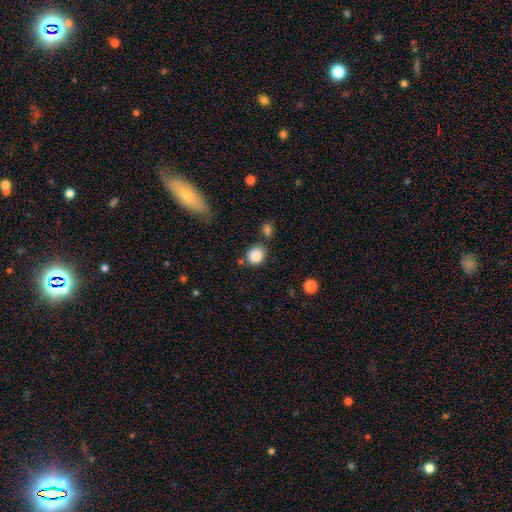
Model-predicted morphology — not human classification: smooth 87%, star or artifact 9%, featured or disk 4%. Down the decision tree: how rounded — round (68%); merging — none (71%).